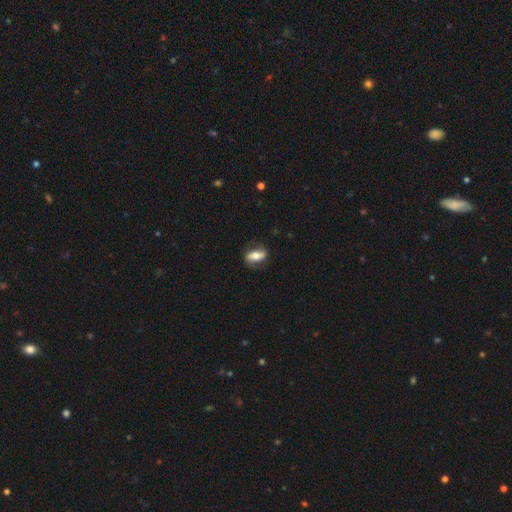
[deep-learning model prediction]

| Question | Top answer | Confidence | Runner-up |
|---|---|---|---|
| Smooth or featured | smooth | 52% | featured or disk (41%) |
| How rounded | in between | 80% | cigar-shaped (12%) |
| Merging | none | 76% | minor disturbance (17%) |